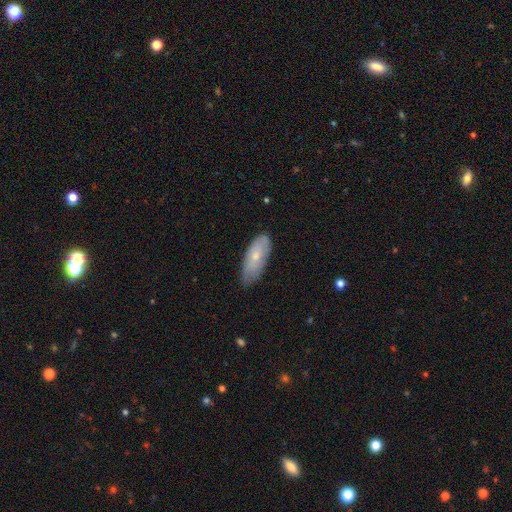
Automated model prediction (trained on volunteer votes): A smooth galaxy with no disk features (64%) that is in between round and cigar-shaped (78%).

Vote fractions:
- Smooth or featured? smooth: 64% / featured or disk: 30% / star or artifact: 6%
- How rounded? in between: 78% / cigar-shaped: 20% / round: 2%
- Merging? none: 69% / minor disturbance: 26% / major disturbance: 4% / merger: 1%